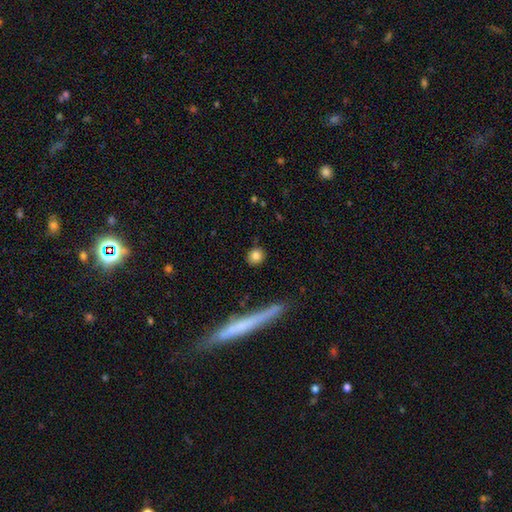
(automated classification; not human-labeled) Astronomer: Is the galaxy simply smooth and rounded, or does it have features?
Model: smooth — 82%.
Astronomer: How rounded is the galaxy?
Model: round — 85%.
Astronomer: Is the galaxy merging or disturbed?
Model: none — 87%.